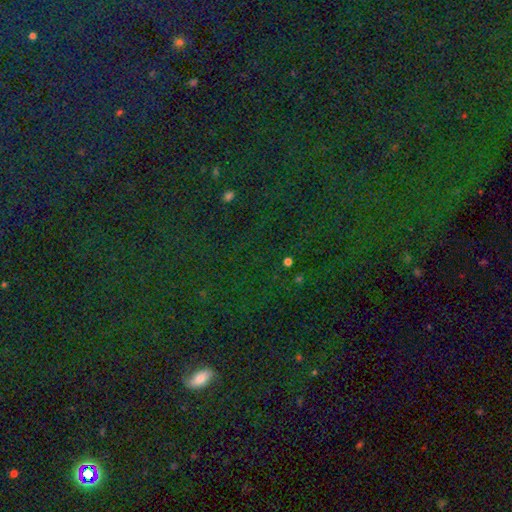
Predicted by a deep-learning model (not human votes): Morphology: type=star or artifact (72%).